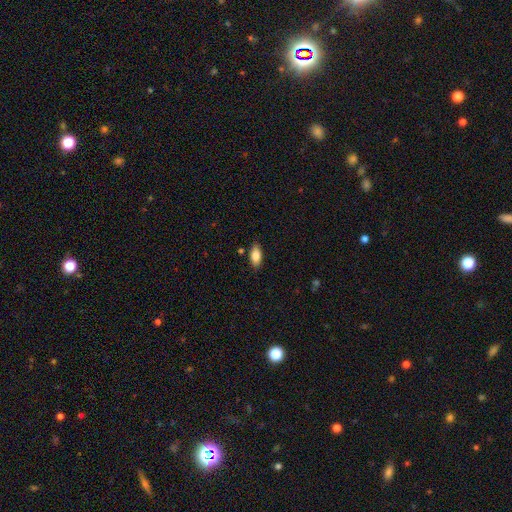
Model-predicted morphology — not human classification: smooth-or-featured: smooth: 82% | featured or disk: 11% | star or artifact: 7%
  how-rounded: in between: 89% | cigar-shaped: 8% | round: 3%
  merging: none: 86% | minor disturbance: 11% | major disturbance: 2% | merger: 2%